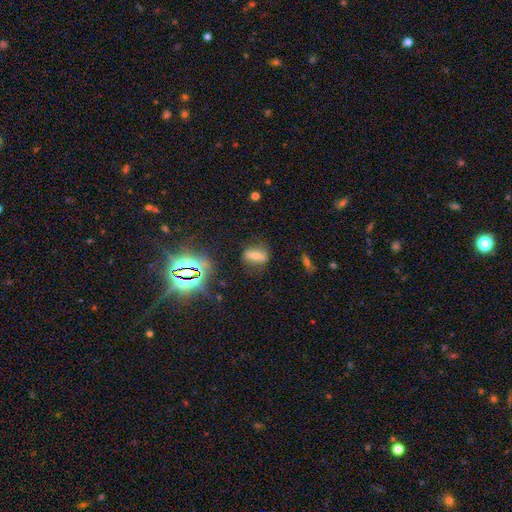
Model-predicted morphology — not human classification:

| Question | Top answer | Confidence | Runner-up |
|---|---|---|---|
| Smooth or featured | smooth | 59% | featured or disk (21%) |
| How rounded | in between | 65% | cigar-shaped (21%) |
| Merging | none | 74% | minor disturbance (16%) |